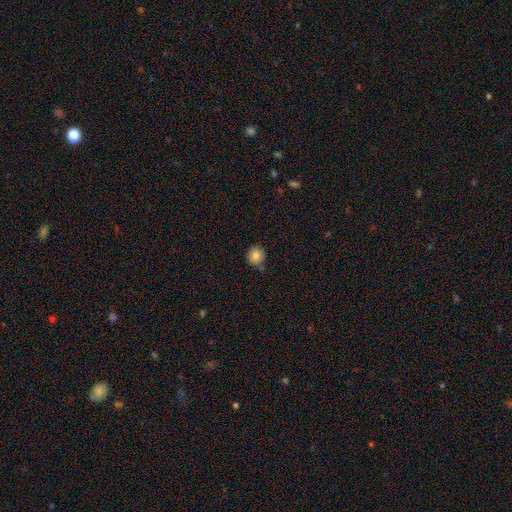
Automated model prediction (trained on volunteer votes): A smooth galaxy with no disk features (82%) that is round (93%).

Vote fractions:
- Smooth or featured? smooth: 82% / star or artifact: 10% / featured or disk: 8%
- How rounded? round: 93% / in between: 6% / cigar-shaped: 1%
- Merging? none: 85% / minor disturbance: 10% / merger: 3% / major disturbance: 2%